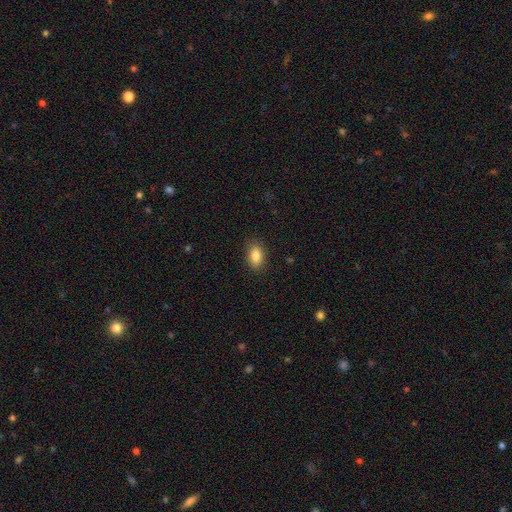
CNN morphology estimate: A smooth galaxy with no disk features (86%) that is in between round and cigar-shaped (90%).

Vote fractions:
- Smooth or featured? smooth: 86% / star or artifact: 8% / featured or disk: 6%
- How rounded? in between: 90% / round: 7% / cigar-shaped: 3%
- Merging? none: 88% / minor disturbance: 9% / major disturbance: 2% / merger: 1%